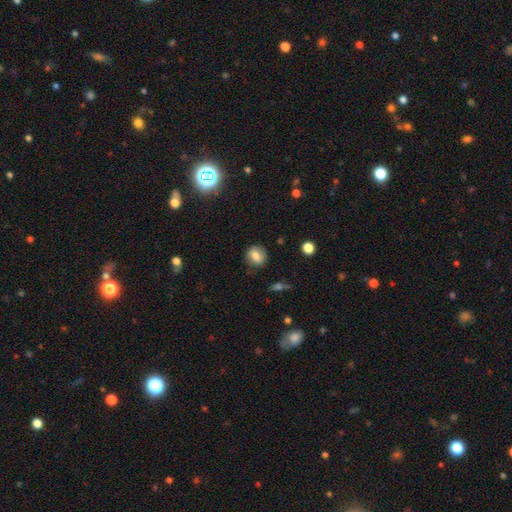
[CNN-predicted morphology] smooth 75%, featured or disk 14%, star or artifact 11%. Down the decision tree: how rounded — round (71%); merging — none (83%).